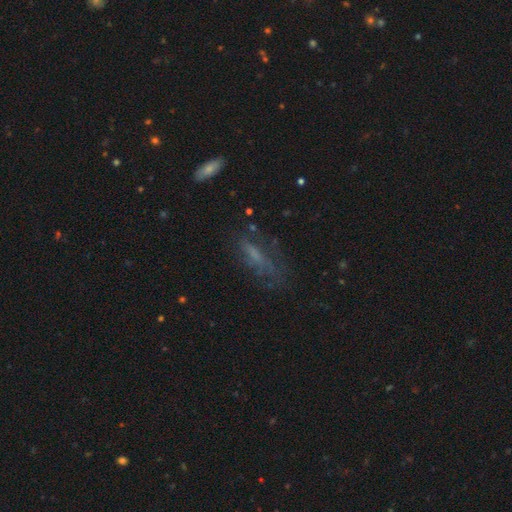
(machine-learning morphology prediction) This appears to be a smooth galaxy with no disk features (42%). Merging: none (53%).